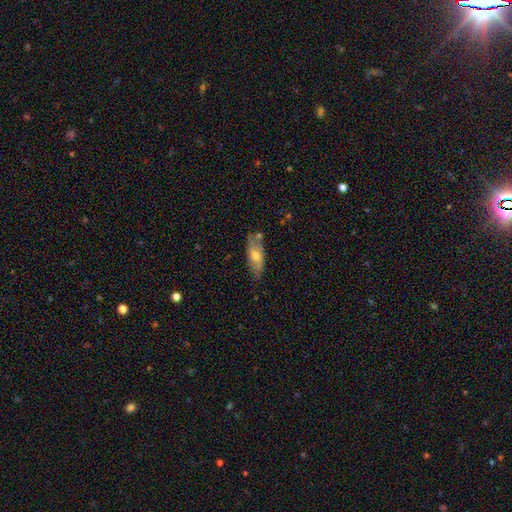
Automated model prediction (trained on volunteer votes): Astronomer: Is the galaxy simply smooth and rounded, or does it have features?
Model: smooth — 52% (runner-up: featured or disk, 41%).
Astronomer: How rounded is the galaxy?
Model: in between — 71%.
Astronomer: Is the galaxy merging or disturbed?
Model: none — 66%.